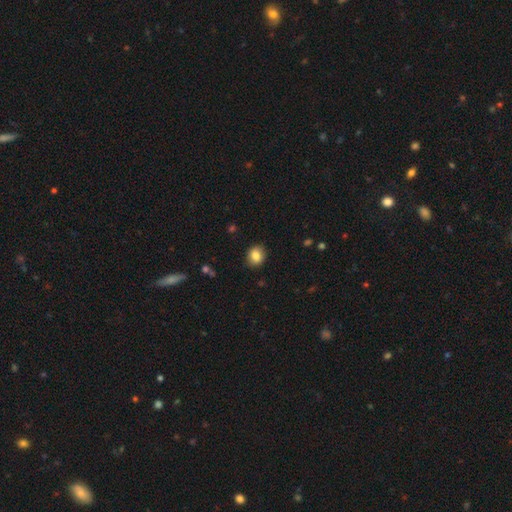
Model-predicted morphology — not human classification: smooth_or_featured: smooth (p=0.84) [alt: star or artifact p=0.09]
how_rounded: round (p=0.64) [alt: in between p=0.35]
merging: none (p=0.87) [alt: minor disturbance p=0.09]